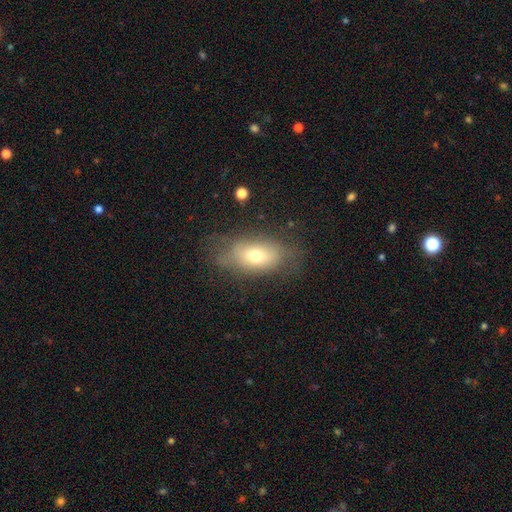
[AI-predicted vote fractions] smooth 64%, featured or disk 26%, star or artifact 10%. Down the decision tree: how rounded — in between (86%); merging — none (63%).